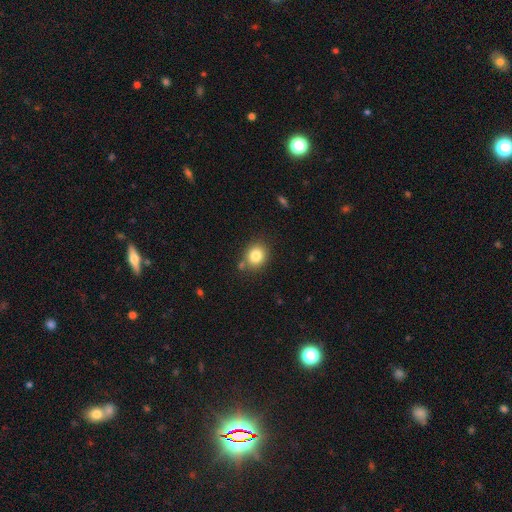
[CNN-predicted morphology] A smooth galaxy with no disk features (82%) that is round (71%). Merging: none (79%).